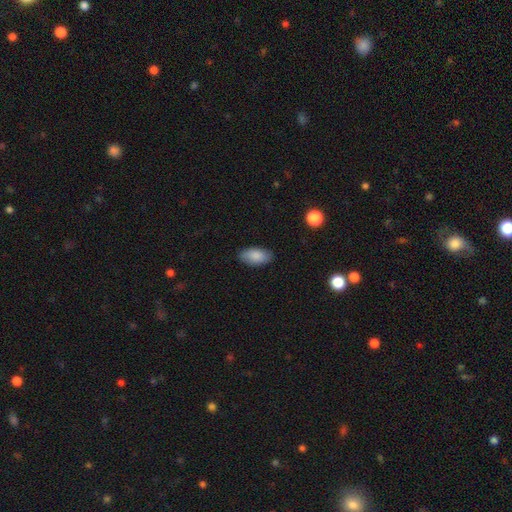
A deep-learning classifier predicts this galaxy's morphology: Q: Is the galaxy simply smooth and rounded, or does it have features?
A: smooth — 86%.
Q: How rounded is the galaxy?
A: in between — 93%.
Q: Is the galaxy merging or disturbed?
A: none — 86%.